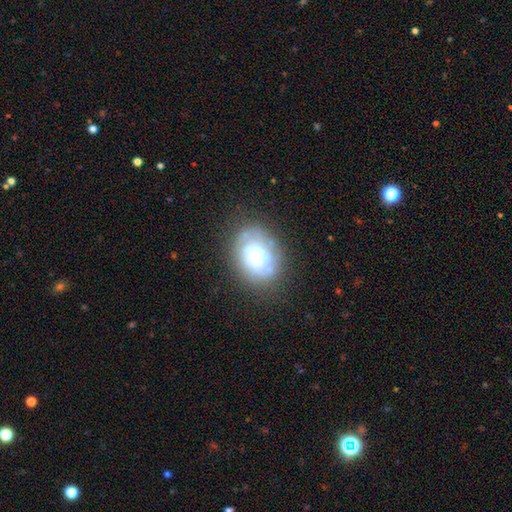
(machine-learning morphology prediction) Smooth or featured? featured or disk (55%)
Edge-on disk? no (96%)
Bar? no (84%)
Spiral arms? yes (62%)
Bulge size? small (45%)
Merging? none (70%)